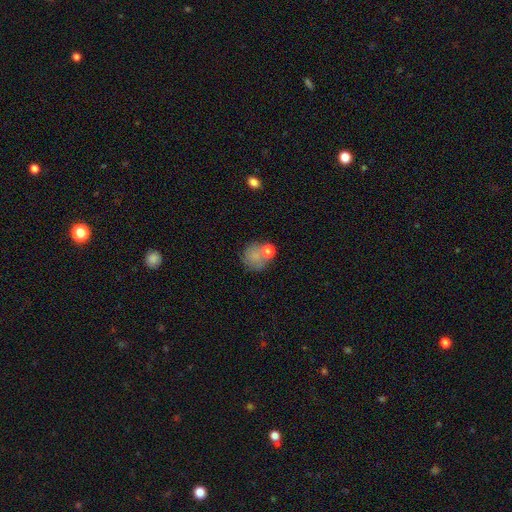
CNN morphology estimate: This appears to be a smooth galaxy with no disk features (74%) that is round (78%). Merging: none (50%).